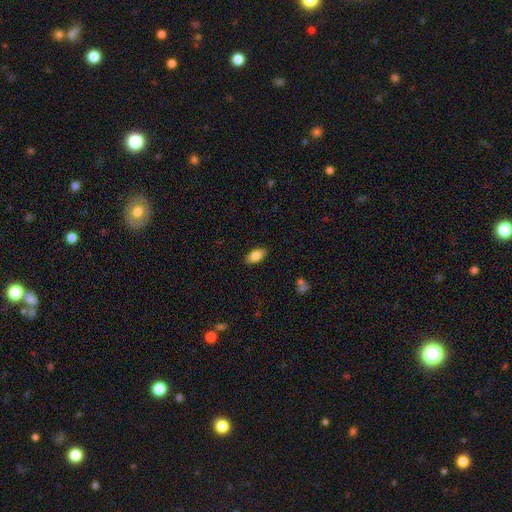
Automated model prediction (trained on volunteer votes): smooth_or_featured: smooth (p=0.81) [alt: featured or disk p=0.12]
how_rounded: in between (p=0.91) [alt: cigar-shaped p=0.05]
merging: none (p=0.88) [alt: minor disturbance p=0.09]